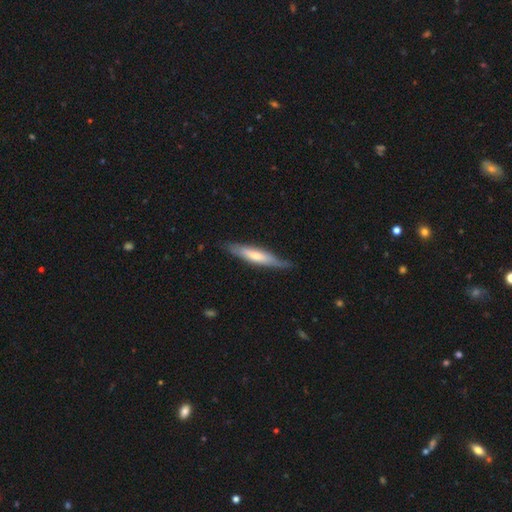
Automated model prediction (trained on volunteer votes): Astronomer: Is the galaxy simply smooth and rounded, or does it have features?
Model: smooth — 53% (runner-up: featured or disk, 42%).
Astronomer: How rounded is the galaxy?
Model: cigar-shaped — 83%.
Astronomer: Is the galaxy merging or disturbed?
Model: none — 78%.